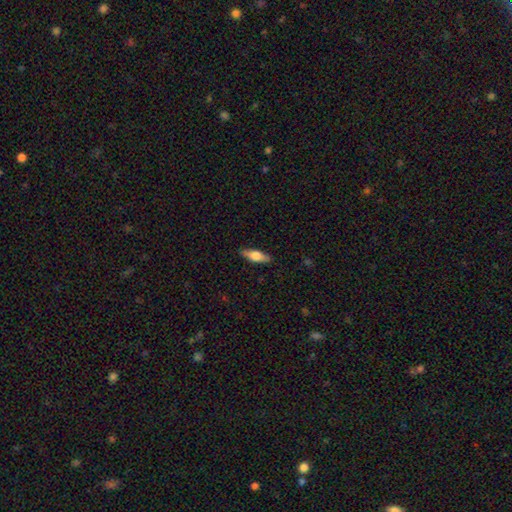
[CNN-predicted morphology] type=smooth (55%); roundness=in between (54%); merging=none (88%).